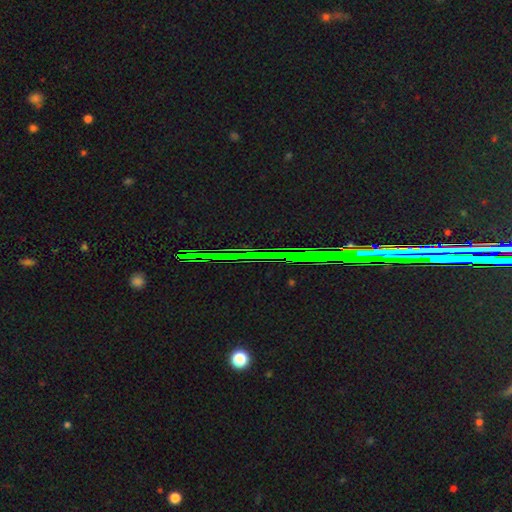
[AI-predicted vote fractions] This is clearly a star or artifact rather than a galaxy (83%).